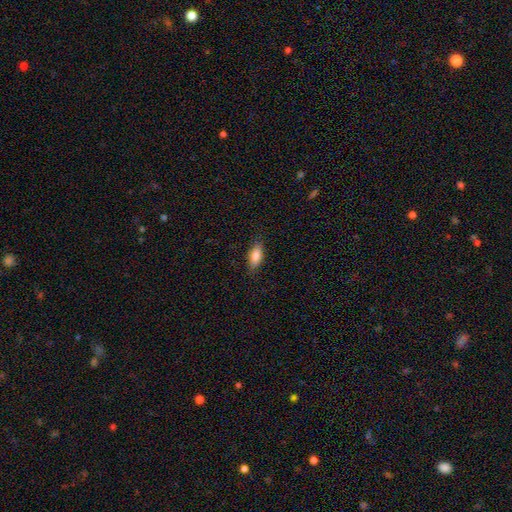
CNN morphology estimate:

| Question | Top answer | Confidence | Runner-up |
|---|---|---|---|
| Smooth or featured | smooth | 82% | featured or disk (11%) |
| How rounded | in between | 80% | cigar-shaped (18%) |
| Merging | none | 85% | minor disturbance (12%) |